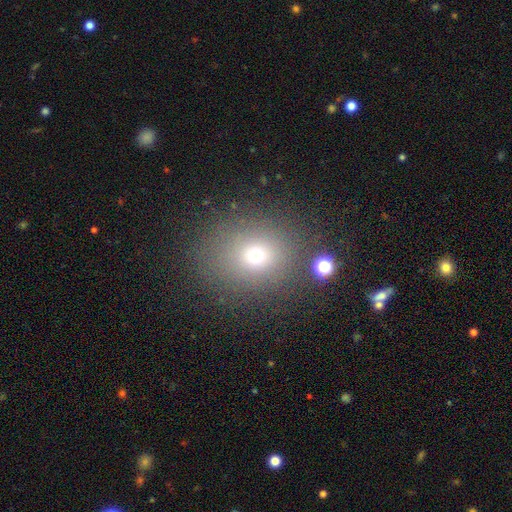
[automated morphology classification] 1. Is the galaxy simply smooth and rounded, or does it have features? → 67% smooth, 21% star or artifact, 11% featured or disk.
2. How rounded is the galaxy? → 70% round, 29% in between, 1% cigar-shaped.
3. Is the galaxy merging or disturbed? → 81% none, 10% minor disturbance, 5% major disturbance, 4% merger.